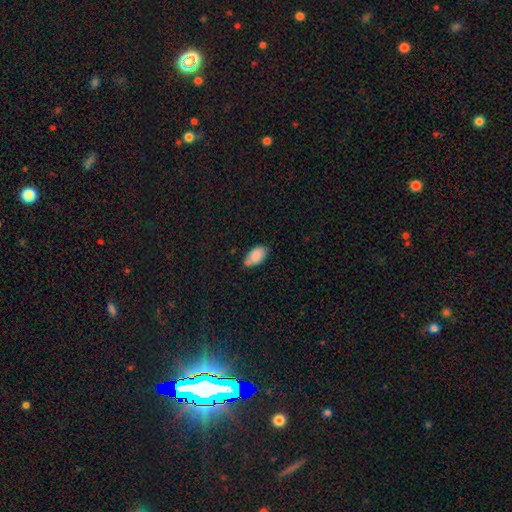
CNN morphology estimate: A smooth galaxy with no disk features (85%) that is in between round and cigar-shaped (92%).

Vote fractions:
- Smooth or featured? smooth: 85% / star or artifact: 8% / featured or disk: 7%
- How rounded? in between: 92% / round: 6% / cigar-shaped: 2%
- Merging? none: 57% / minor disturbance: 25% / merger: 13% / major disturbance: 5%